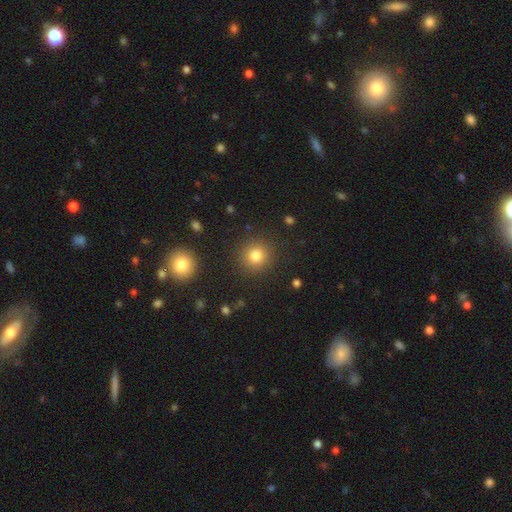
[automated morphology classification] Smooth or featured: smooth — 80% (star or artifact — 13%)
How rounded: round — 92% (in between — 7%)
Merging: none — 89% (minor disturbance — 6%)